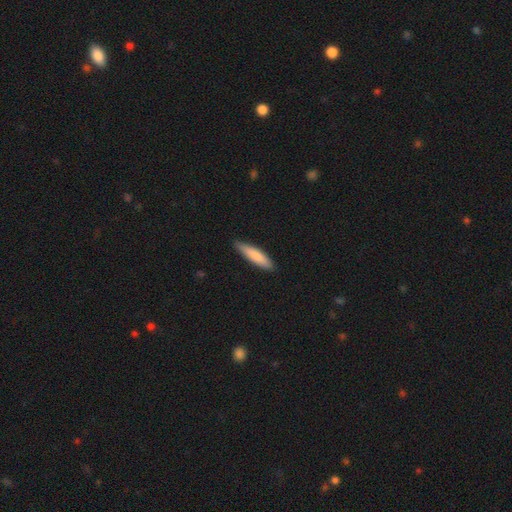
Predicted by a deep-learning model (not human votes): Smooth or featured: smooth — 82% (featured or disk — 13%)
How rounded: cigar-shaped — 78% (in between — 21%)
Merging: none — 84% (minor disturbance — 13%)